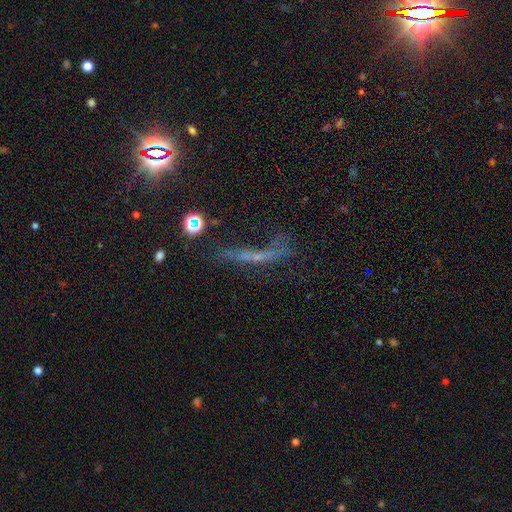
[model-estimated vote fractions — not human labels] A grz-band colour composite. It shows a featured or disk galaxy (40%). Merging: none (39%).